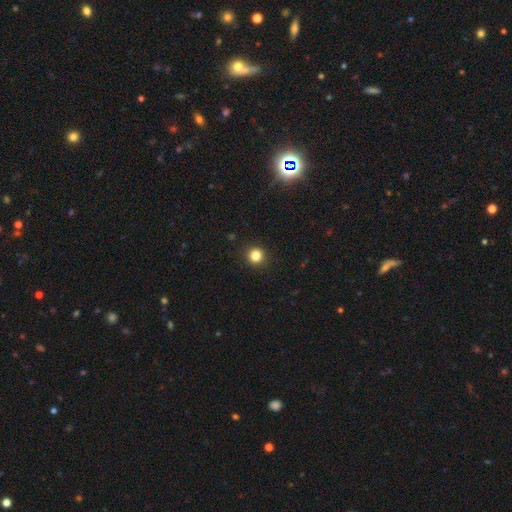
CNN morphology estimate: Smooth or featured: smooth — 83% (star or artifact — 12%)
How rounded: round — 95% (in between — 4%)
Merging: none — 93% (minor disturbance — 5%)